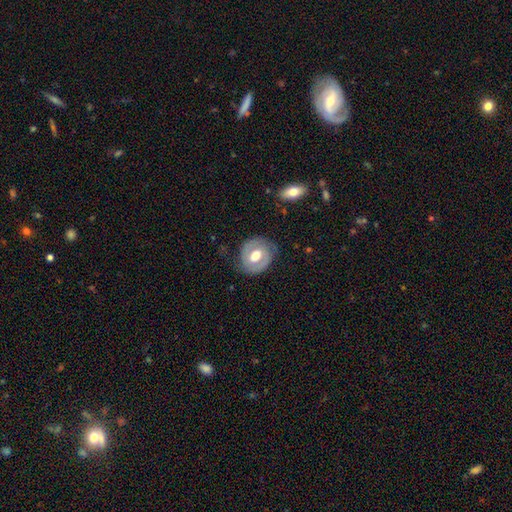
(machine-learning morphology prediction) Q: Smooth or featured?
A: featured or disk (65%); runner-up: smooth (29%)
Q: Edge-on disk?
A: no (96%); runner-up: yes (4%)
Q: Bar?
A: no (41%); tied with: weak (41%)
Q: Spiral arms?
A: yes (62%); runner-up: no (38%)
Q: Bulge size?
A: moderate (63%); runner-up: large (29%)
Q: Merging?
A: none (77%); runner-up: minor disturbance (16%)